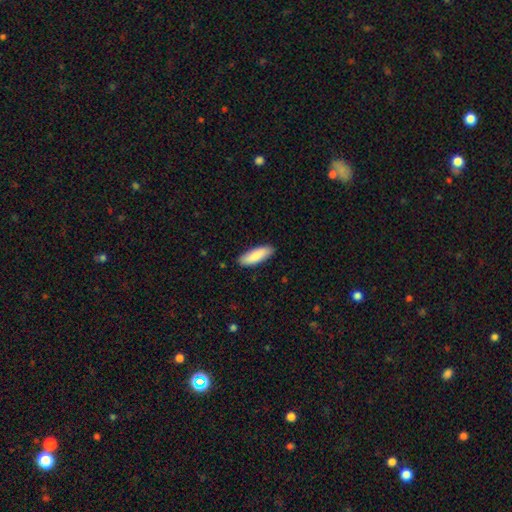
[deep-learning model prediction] A smooth galaxy with no disk features (85%) that is in between round and cigar-shaped (58%). Merging: none (88%).